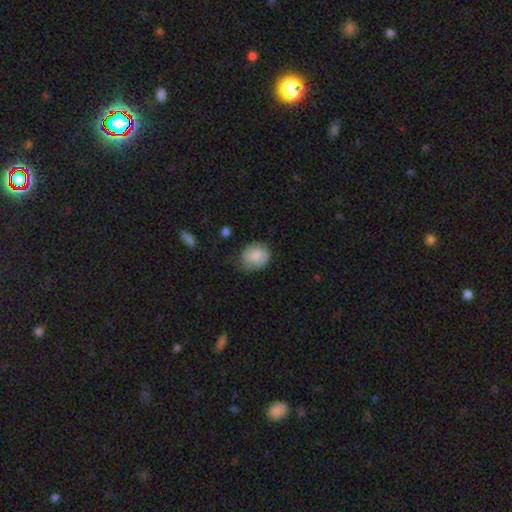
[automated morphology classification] Q: Smooth or featured?
A: smooth (62%); runner-up: featured or disk (32%)
Q: How rounded?
A: round (70%); runner-up: in between (29%)
Q: Merging?
A: none (65%); runner-up: minor disturbance (26%)